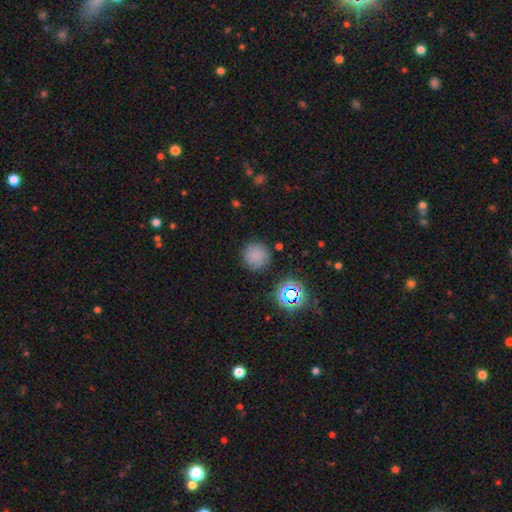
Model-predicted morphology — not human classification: Smooth or featured? Predicted: smooth (p=0.75). How rounded? Predicted: round (p=0.94). Merging? Predicted: none (p=0.84).